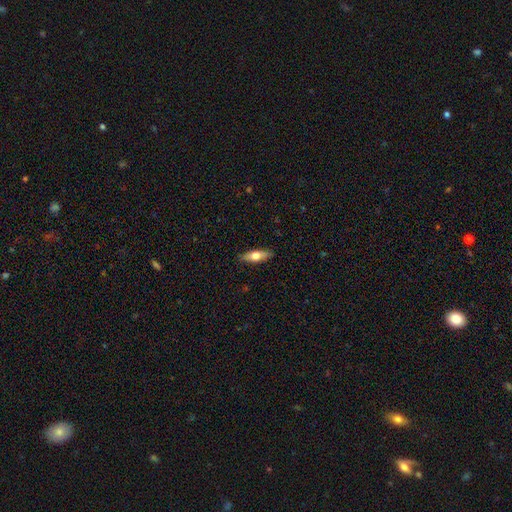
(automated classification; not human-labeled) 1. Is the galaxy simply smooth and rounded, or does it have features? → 60% smooth, 34% featured or disk, 6% star or artifact.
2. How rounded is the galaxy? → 53% in between, 44% cigar-shaped, 3% round.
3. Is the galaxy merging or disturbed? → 88% none, 9% minor disturbance, 2% major disturbance, 1% merger.